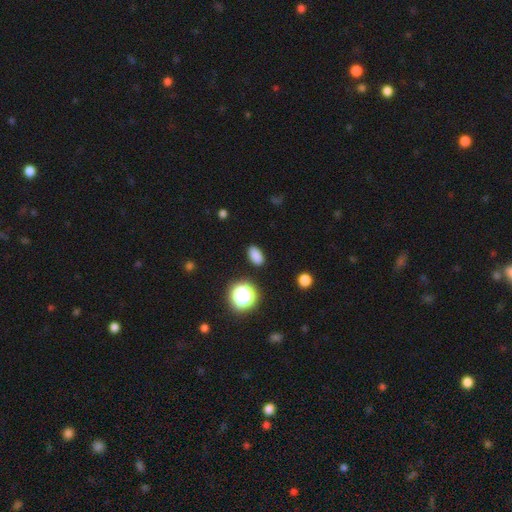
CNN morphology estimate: type=smooth (82%); roundness=in between (85%); merging=none (88%).